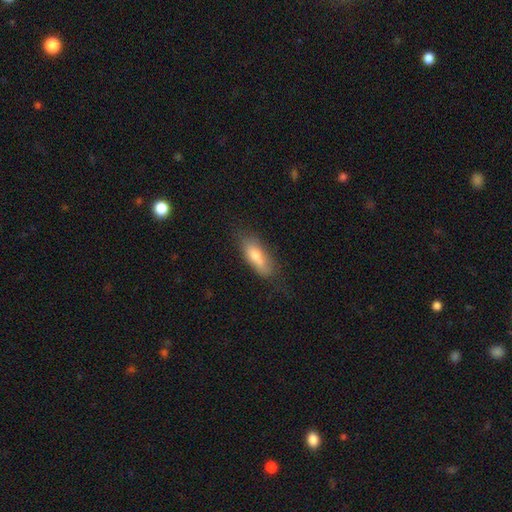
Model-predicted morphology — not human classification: smooth_or_featured: smooth (p=0.70) [alt: featured or disk p=0.22]
how_rounded: in between (p=0.63) [alt: cigar-shaped p=0.35]
merging: none (p=0.70) [alt: minor disturbance p=0.22]